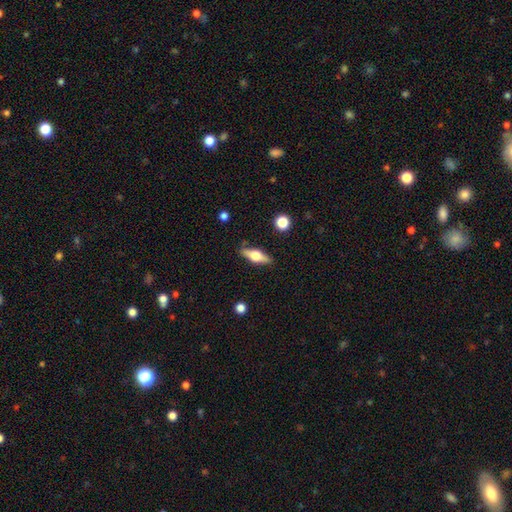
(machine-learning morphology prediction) Smooth or featured?
  - featured or disk: 55% *
  - smooth: 39%
  - star or artifact: 6%
Edge-on disk?
  - yes: 92% *
  - no: 8%
Edge-on bulge?
  - rounded: 94% *
  - boxy: 5%
  - none: 2%
Merging?
  - none: 86% *
  - minor disturbance: 10%
  - major disturbance: 2%
  - merger: 2%